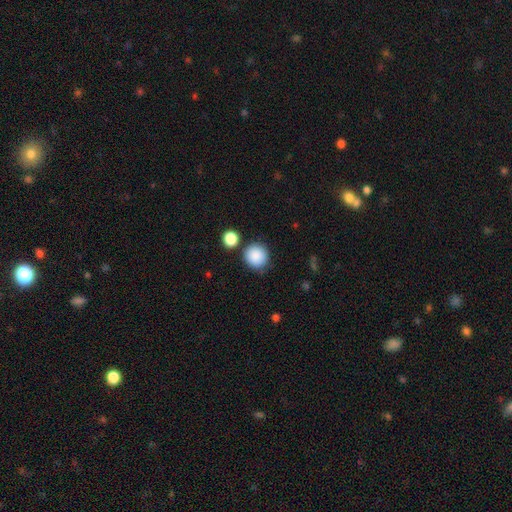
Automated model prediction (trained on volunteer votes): Smooth or featured? Predicted: smooth (p=0.88). How rounded? Predicted: round (p=0.92). Merging? Predicted: none (p=0.82).